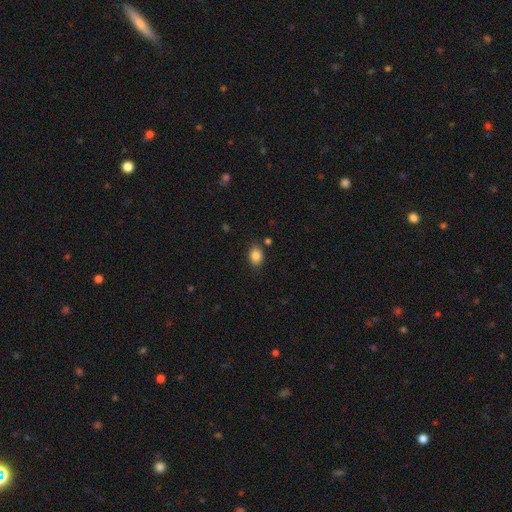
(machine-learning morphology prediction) Smooth or featured? Predicted: smooth (p=0.86). How rounded? Predicted: in between (p=0.72). Merging? Predicted: none (p=0.83).